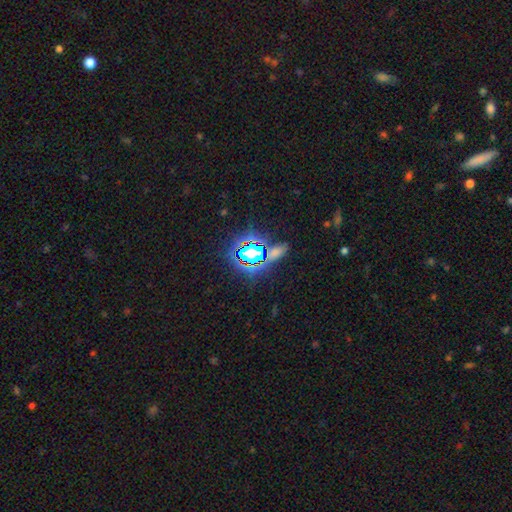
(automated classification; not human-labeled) This is likely a star or artifact rather than a galaxy (79%).